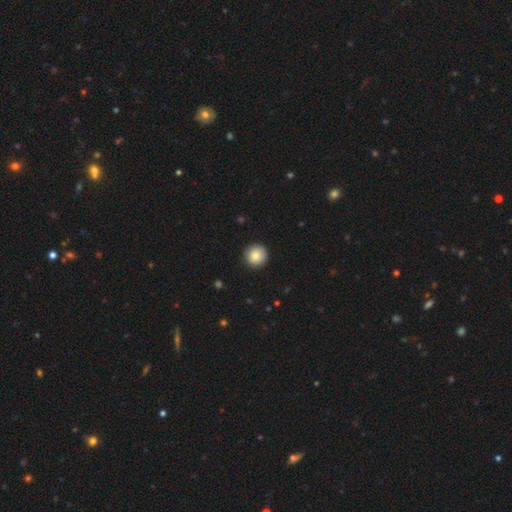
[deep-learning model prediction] A smooth galaxy with no disk features (84%) that is round (95%). Merging: none (91%).